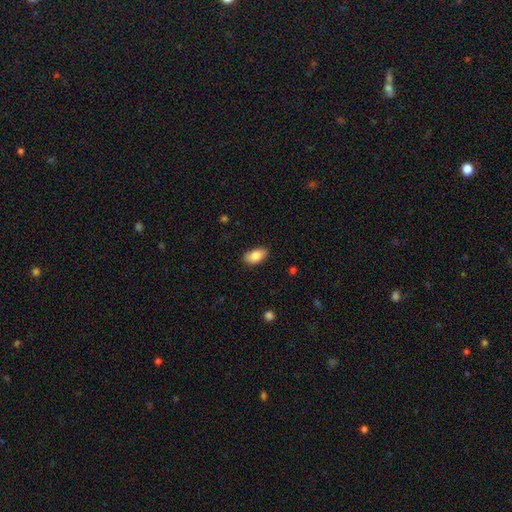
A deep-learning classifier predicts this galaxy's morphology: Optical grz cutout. It shows a smooth galaxy with no disk features (83%) that is in between round and cigar-shaped (92%). Merging: none (85%).